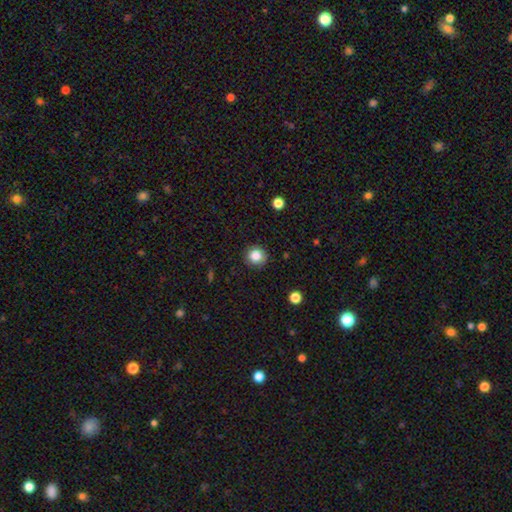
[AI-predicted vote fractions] smooth_or_featured: smooth (p=0.85) [alt: star or artifact p=0.10]
how_rounded: round (p=0.93) [alt: in between p=0.07]
merging: none (p=0.89) [alt: minor disturbance p=0.08]